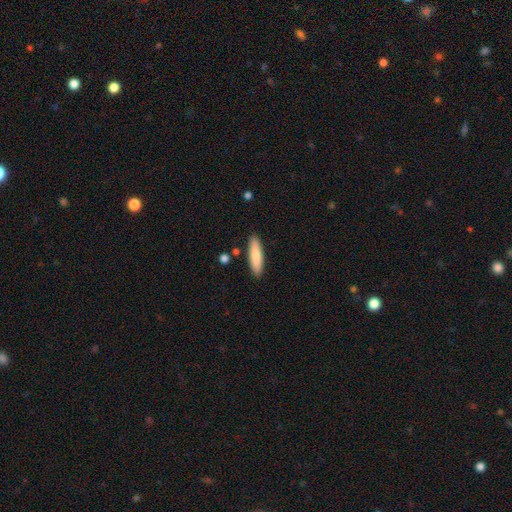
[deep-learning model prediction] smooth_or_featured: smooth (p=0.80) [alt: featured or disk p=0.14]
how_rounded: cigar-shaped (p=0.69) [alt: in between p=0.29]
merging: none (p=0.87) [alt: minor disturbance p=0.08]